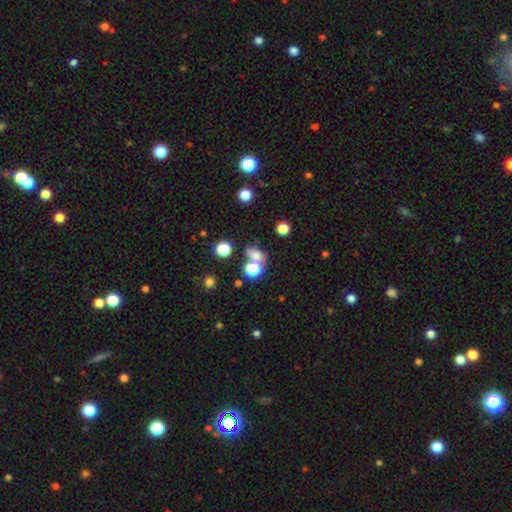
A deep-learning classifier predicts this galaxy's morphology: smooth 64%, star or artifact 24%, featured or disk 12%. Down the decision tree: how rounded — in between (55%); merging — none (44%).